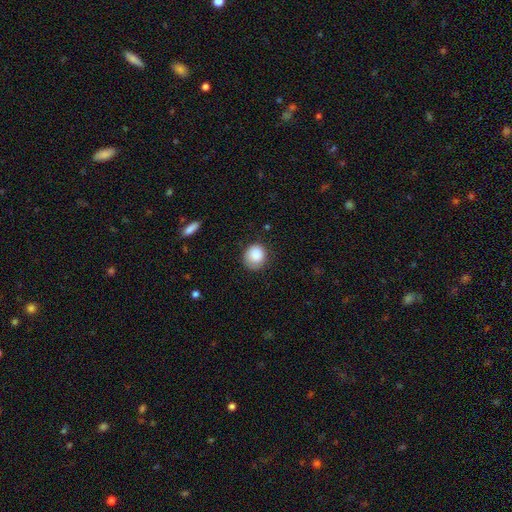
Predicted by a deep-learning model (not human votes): A smooth galaxy with no disk features (87%) that is round (81%).

Vote fractions:
- Smooth or featured? smooth: 87% / star or artifact: 8% / featured or disk: 5%
- How rounded? round: 81% / in between: 18% / cigar-shaped: 1%
- Merging? none: 74% / minor disturbance: 19% / major disturbance: 5% / merger: 1%